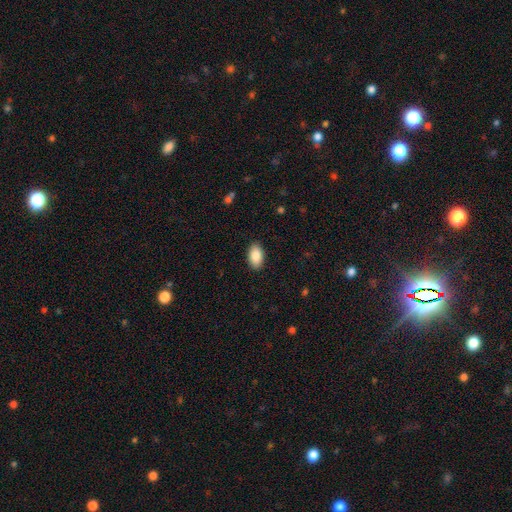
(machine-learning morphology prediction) Smooth or featured?
  - smooth: 87% *
  - star or artifact: 7%
  - featured or disk: 6%
How rounded?
  - in between: 94% *
  - round: 5%
  - cigar-shaped: 2%
Merging?
  - none: 89% *
  - minor disturbance: 8%
  - major disturbance: 2%
  - merger: 1%